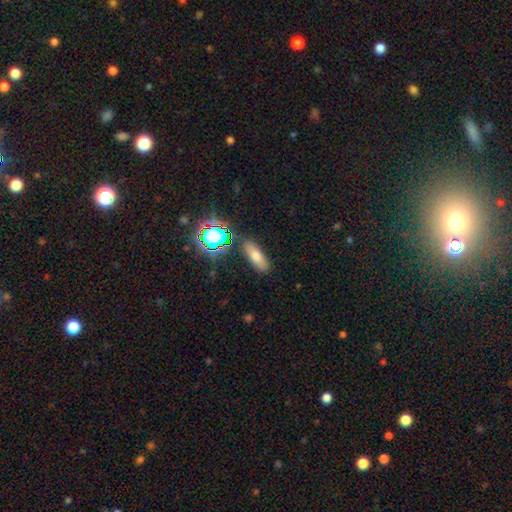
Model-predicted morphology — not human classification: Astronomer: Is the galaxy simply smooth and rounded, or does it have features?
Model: smooth — 65%.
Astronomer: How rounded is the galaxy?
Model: in between — 57% (runner-up: cigar-shaped, 36%).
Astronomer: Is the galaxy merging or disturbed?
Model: none — 83%.